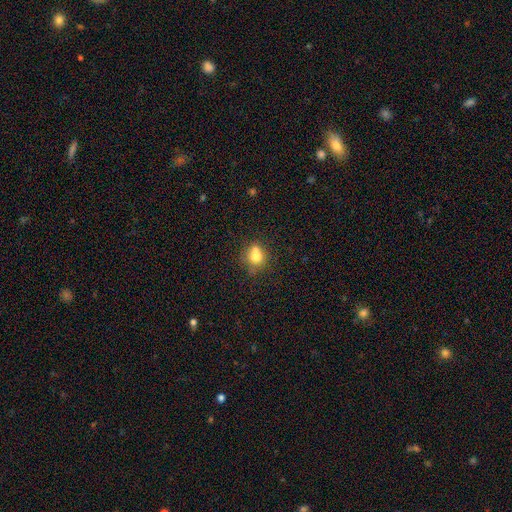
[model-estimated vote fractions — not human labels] Smooth or featured: smooth — 71% (featured or disk — 17%)
How rounded: round — 72% (in between — 27%)
Merging: none — 42% (merger — 39%)